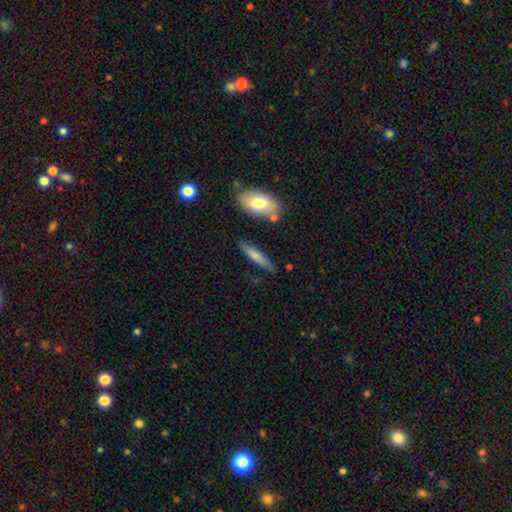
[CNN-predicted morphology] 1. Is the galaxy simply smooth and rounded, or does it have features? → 66% smooth, 28% featured or disk, 6% star or artifact.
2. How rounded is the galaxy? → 79% cigar-shaped, 19% in between, 2% round.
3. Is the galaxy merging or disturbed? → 79% none, 13% minor disturbance, 5% merger, 3% major disturbance.